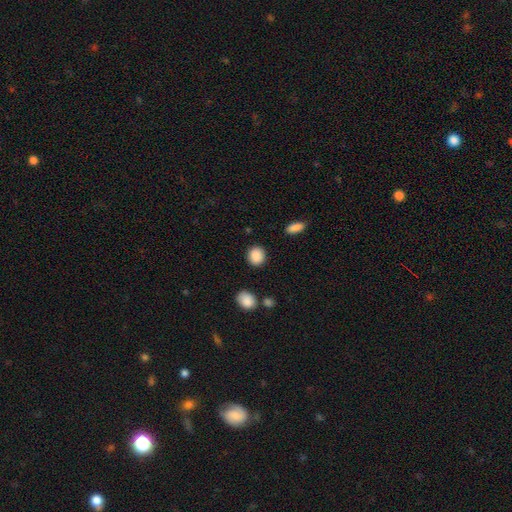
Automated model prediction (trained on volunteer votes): Morphology: type=smooth (89%); roundness=round (72%); merging=none (88%).